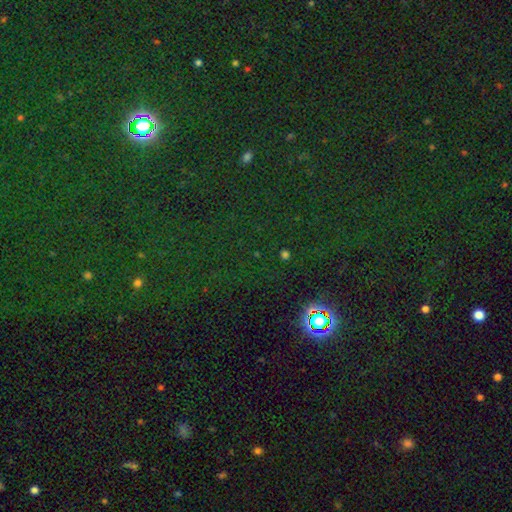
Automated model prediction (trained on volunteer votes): Smooth or featured?
  - star or artifact: 79% *
  - smooth: 14%
  - featured or disk: 7%